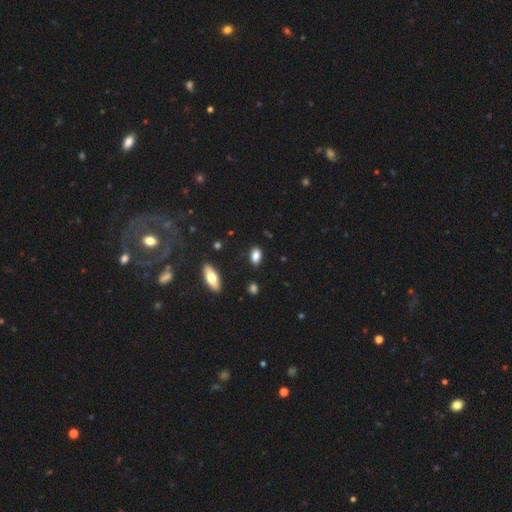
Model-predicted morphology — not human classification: type=smooth (84%); roundness=in between (87%); merging=none (84%).